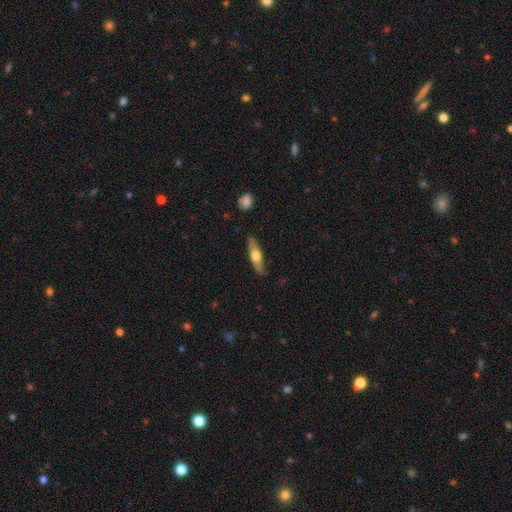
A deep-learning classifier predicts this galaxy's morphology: Smooth or featured: smooth — 47% (tied with featured or disk — 47%)
Merging: none — 85% (minor disturbance — 12%)